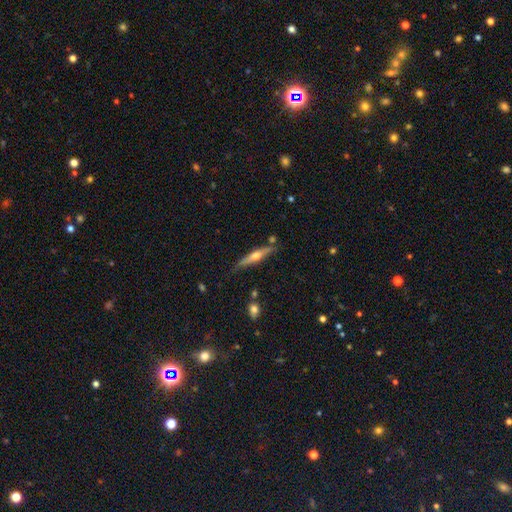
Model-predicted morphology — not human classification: smooth-or-featured: featured or disk: 63% | smooth: 31% | star or artifact: 6%
  disk-edge-on: yes: 96% | no: 4%
    edge-on-bulge: rounded: 91% | none: 5% | boxy: 4%
  merging: none: 78% | minor disturbance: 14% | merger: 5% | major disturbance: 3%